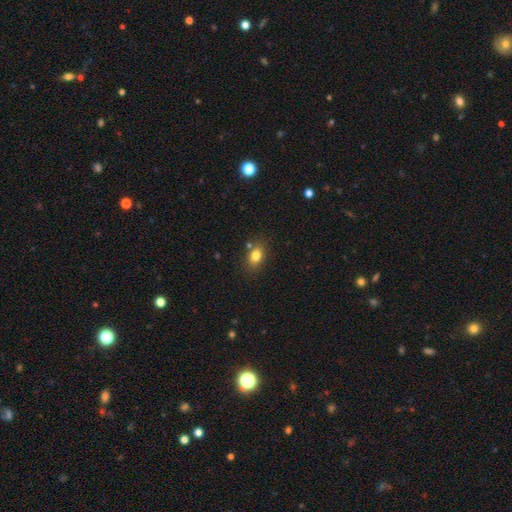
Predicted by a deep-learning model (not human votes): Smooth or featured? Predicted: smooth (p=0.81). How rounded? Predicted: in between (p=0.76). Merging? Predicted: none (p=0.77).